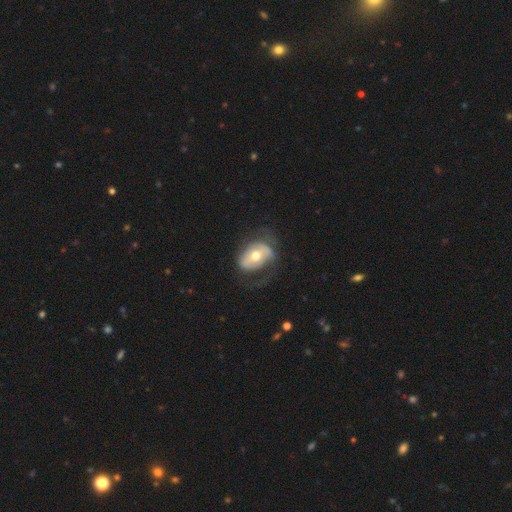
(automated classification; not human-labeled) Smooth or featured: featured or disk — 55% (smooth — 39%)
Edge-on disk: no — 93% (yes — 7%)
Bar: no — 56% (weak — 26%)
Spiral arms: no — 53% (yes — 47%)
Bulge size: moderate — 75% (small — 13%)
Merging: none — 48% (major disturbance — 27%)